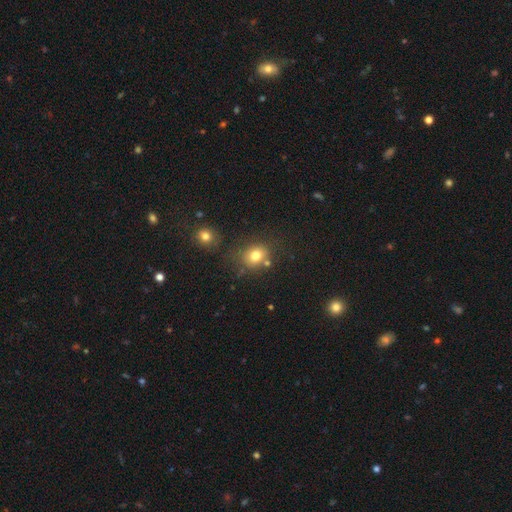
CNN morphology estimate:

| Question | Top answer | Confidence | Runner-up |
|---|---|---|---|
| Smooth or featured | smooth | 78% | star or artifact (13%) |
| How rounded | round | 63% | in between (36%) |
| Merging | none | 68% | minor disturbance (14%) |